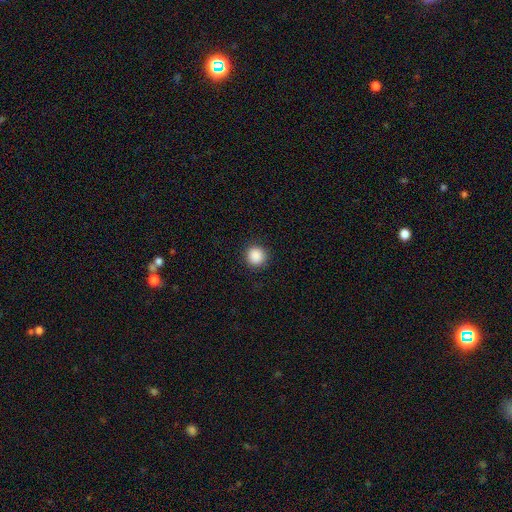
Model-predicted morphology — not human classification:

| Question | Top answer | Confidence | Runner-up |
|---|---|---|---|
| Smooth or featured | smooth | 89% | star or artifact (9%) |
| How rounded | round | 94% | in between (5%) |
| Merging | none | 91% | minor disturbance (6%) |